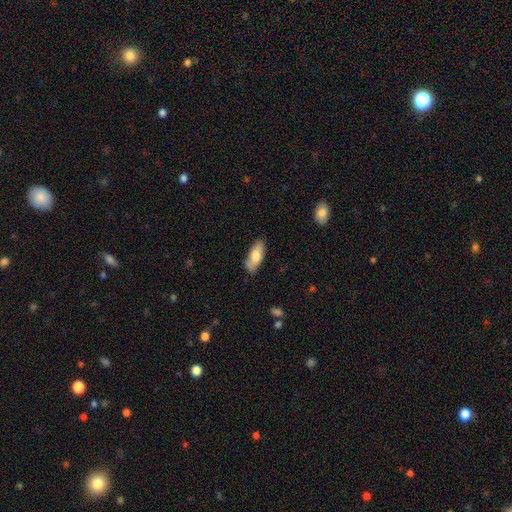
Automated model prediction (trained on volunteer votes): Smooth or featured? smooth (74%)
How rounded? in between (76%)
Merging? none (74%)